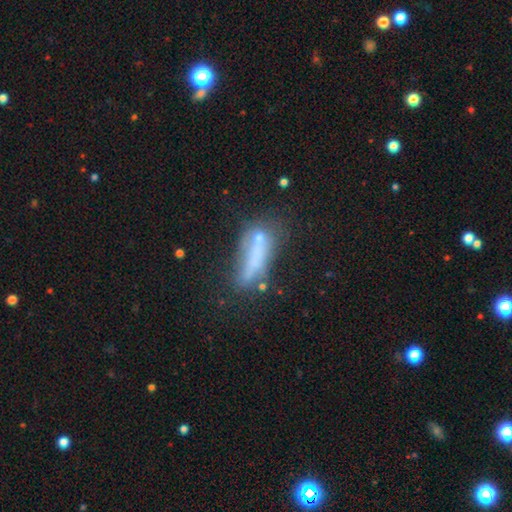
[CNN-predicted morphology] type=smooth (52%); roundness=cigar-shaped (50%); merging=none (34%).